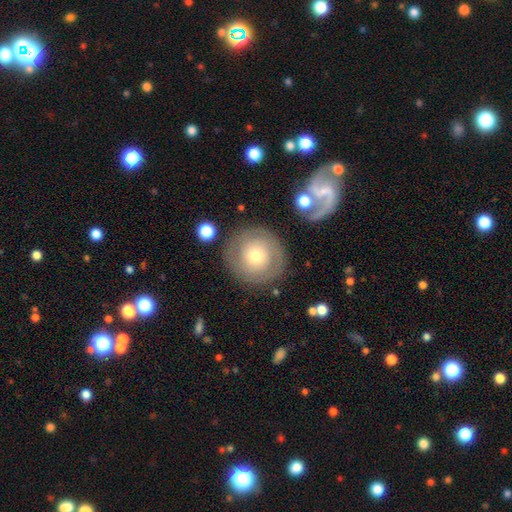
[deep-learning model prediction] Overall: featured or disk (49%; smooth 43%). Merging: none (84%).